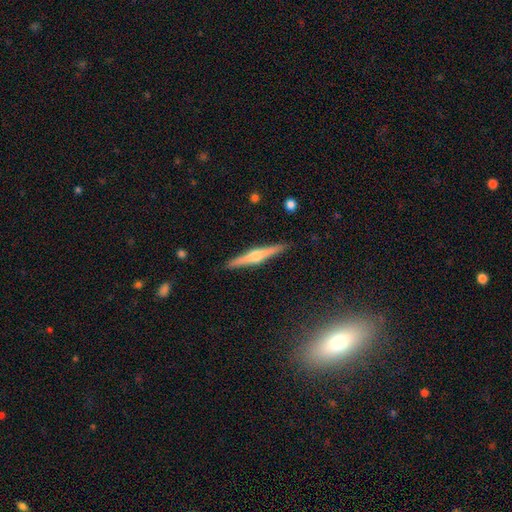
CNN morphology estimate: Q: Smooth or featured?
A: featured or disk (68%); runner-up: smooth (26%)
Q: Edge-on disk?
A: yes (98%); runner-up: no (2%)
Q: Edge-on bulge?
A: rounded (89%); runner-up: none (6%)
Q: Merging?
A: none (91%); runner-up: minor disturbance (6%)